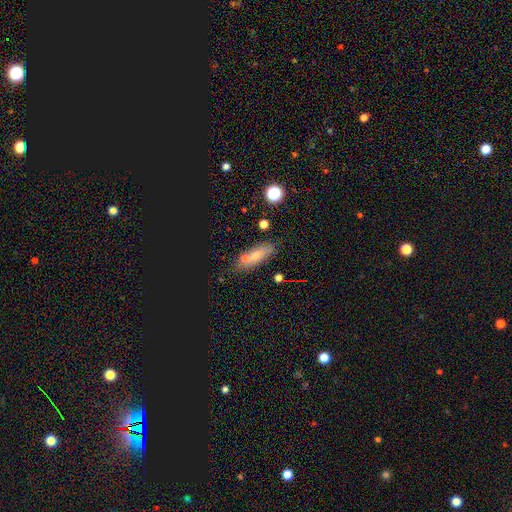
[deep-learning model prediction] A smooth galaxy with no disk features (69%) that is in between round and cigar-shaped (59%). Merging: none (71%).